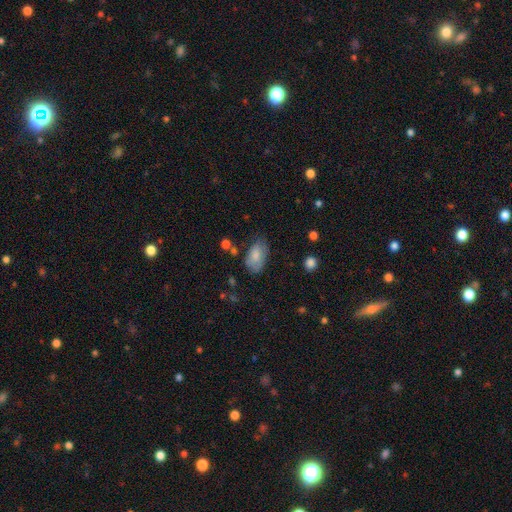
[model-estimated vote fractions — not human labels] Smooth or featured? Predicted: smooth (p=0.76). How rounded? Predicted: in between (p=0.93). Merging? Predicted: none (p=0.57).